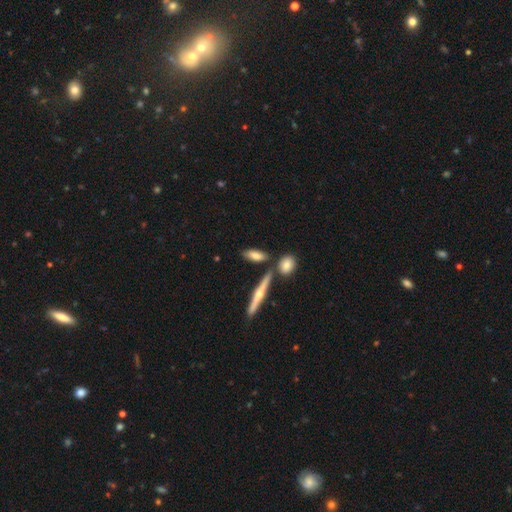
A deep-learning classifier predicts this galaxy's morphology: smooth-or-featured: smooth: 64% | featured or disk: 29% | star or artifact: 7%
  how-rounded: in between: 61% | cigar-shaped: 33% | round: 6%
  merging: none: 71% | merger: 14% | minor disturbance: 11% | major disturbance: 3%